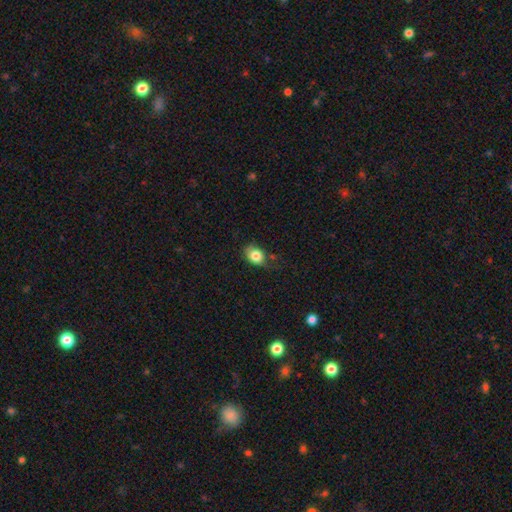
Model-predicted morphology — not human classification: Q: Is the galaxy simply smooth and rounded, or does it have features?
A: smooth — 81%.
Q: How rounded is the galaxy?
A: in between — 56%.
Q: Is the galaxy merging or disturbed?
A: none — 55%.